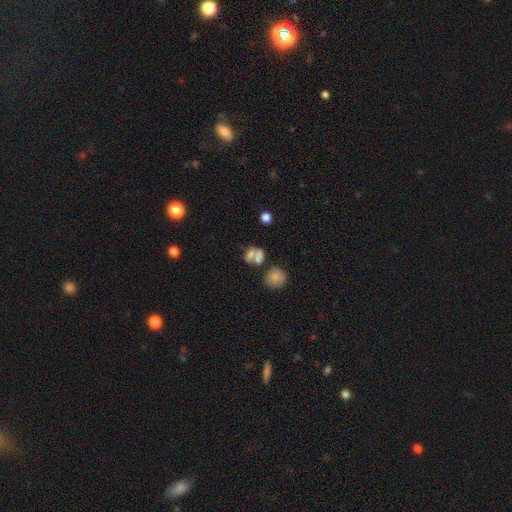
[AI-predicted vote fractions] Morphology: type=smooth (65%); roundness=in between (57%); merging=merger (50%).